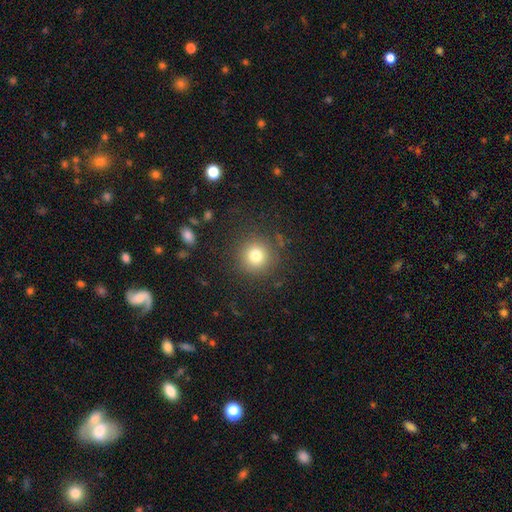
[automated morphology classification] smooth-or-featured: smooth: 78% | star or artifact: 13% | featured or disk: 9%
  how-rounded: round: 94% | in between: 5% | cigar-shaped: 1%
  merging: none: 87% | minor disturbance: 8% | major disturbance: 4% | merger: 1%